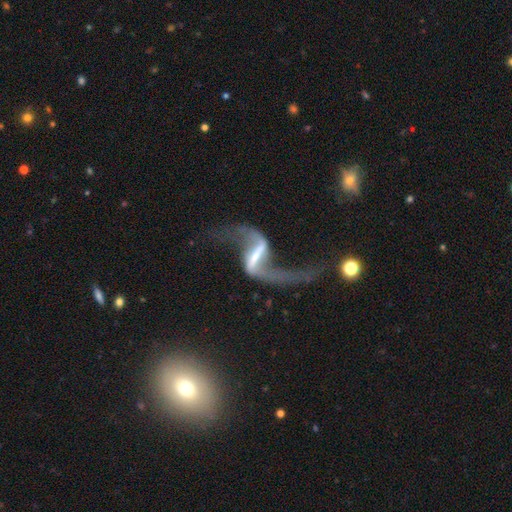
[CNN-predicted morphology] Smooth or featured? featured or disk (89%)
Edge-on disk? no (94%)
Bar? strong (73%)
Spiral arms? yes (93%)
Spiral winding? loose (94%)
Spiral arm count? 2 (91%)
Bulge size? none (32%, tied with small)
Merging? none (52%)